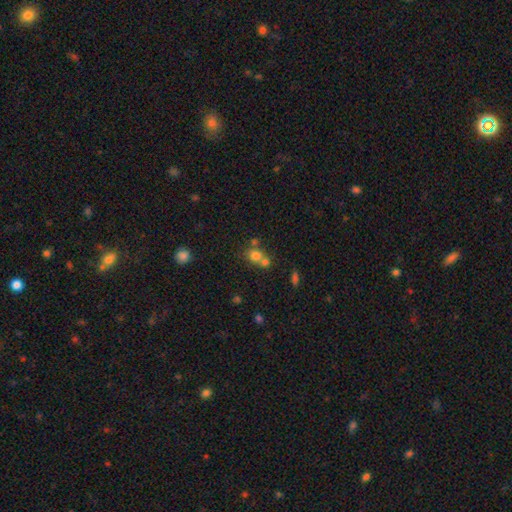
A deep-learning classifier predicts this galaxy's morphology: Smooth or featured? Predicted: smooth (p=0.73). How rounded? Predicted: round (p=0.71). Merging? Predicted: merger (p=0.50).